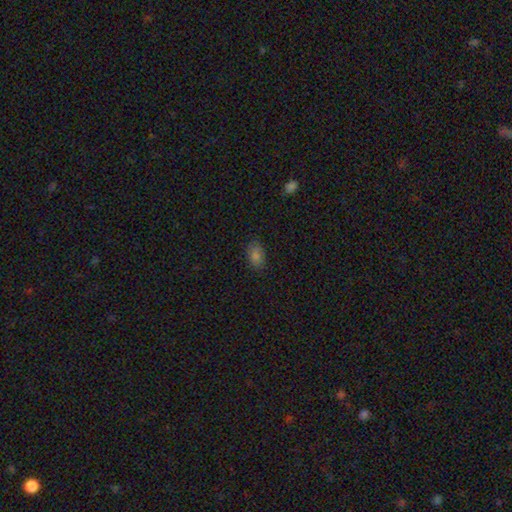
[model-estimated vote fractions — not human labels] A smooth galaxy with no disk features (79%) that is in between round and cigar-shaped (86%). Merging: none (82%).